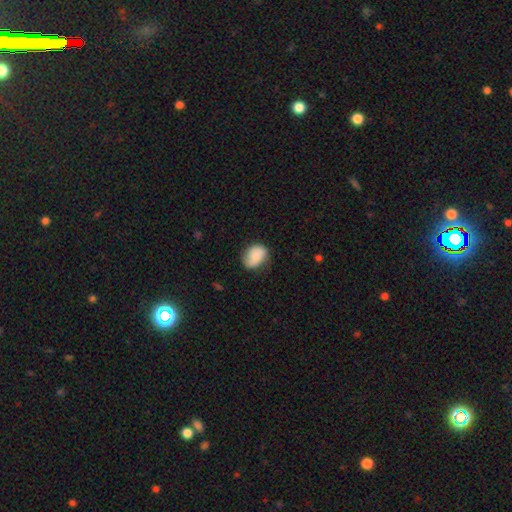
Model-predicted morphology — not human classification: This appears to be a smooth galaxy with no disk features (70%) that is in between round and cigar-shaped (65%). Merging: none (65%).